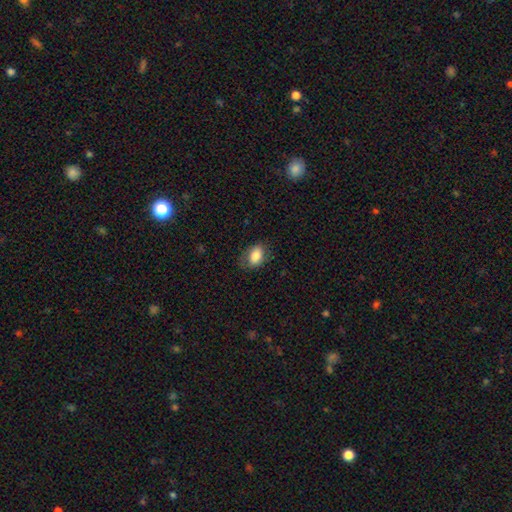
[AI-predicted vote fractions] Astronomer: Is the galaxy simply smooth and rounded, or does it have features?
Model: smooth — 82%.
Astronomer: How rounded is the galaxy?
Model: in between — 85%.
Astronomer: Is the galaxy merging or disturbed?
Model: none — 74%.